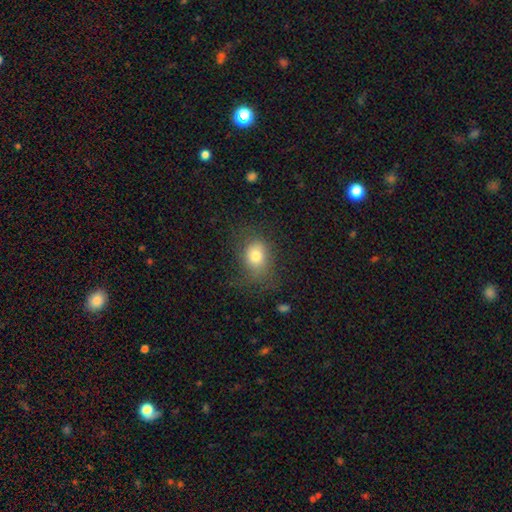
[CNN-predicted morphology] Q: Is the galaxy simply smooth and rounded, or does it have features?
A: smooth — 75%.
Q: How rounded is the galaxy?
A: in between — 52%.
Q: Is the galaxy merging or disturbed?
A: none — 62%.